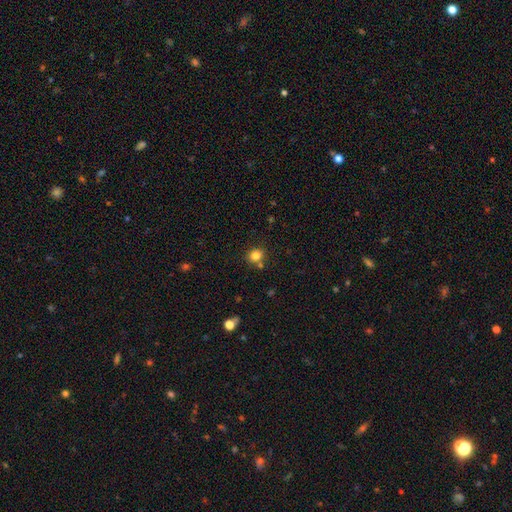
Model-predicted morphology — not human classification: This is clearly a smooth galaxy (81%). How rounded: likely round (76%). Merging: likely none (76%).